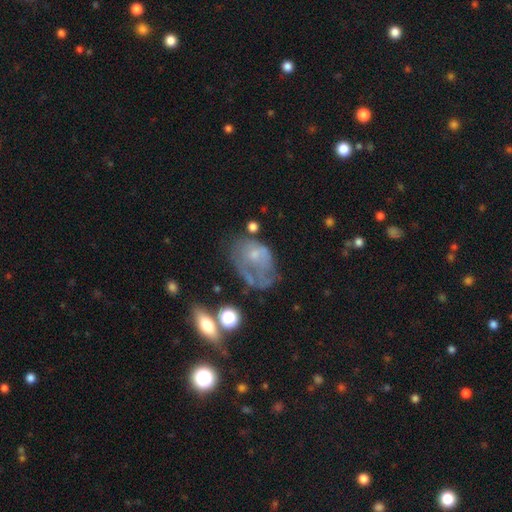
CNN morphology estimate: smooth_or_featured: featured or disk (p=0.51) [alt: smooth p=0.37]
disk_edge_on: no (p=0.96) [alt: yes p=0.04]
merging: major disturbance (p=0.40) [alt: none p=0.28]